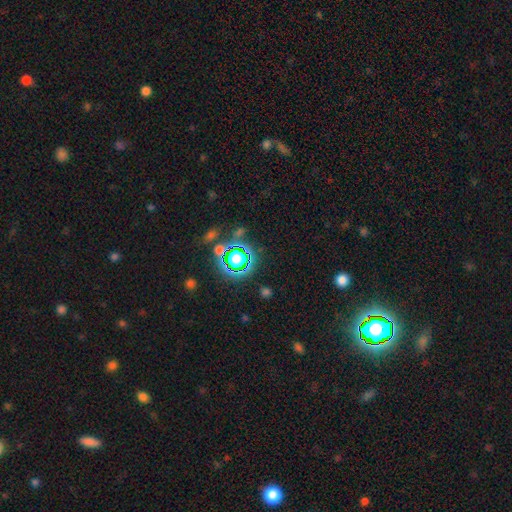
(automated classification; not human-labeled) Q: Smooth or featured?
A: star or artifact (76%); runner-up: smooth (16%)